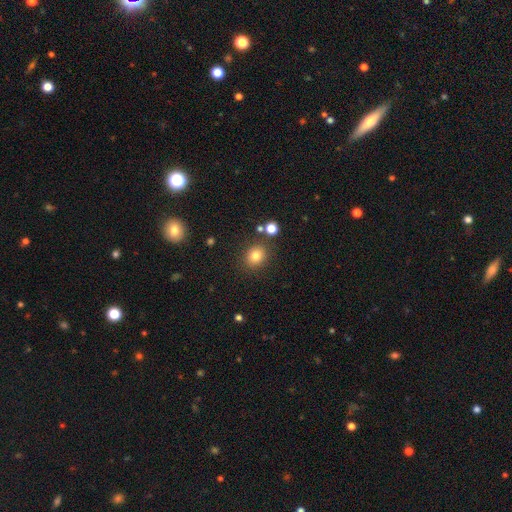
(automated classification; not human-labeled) smooth 80%, star or artifact 13%, featured or disk 7%. Down the decision tree: how rounded — round (69%); merging — none (83%).